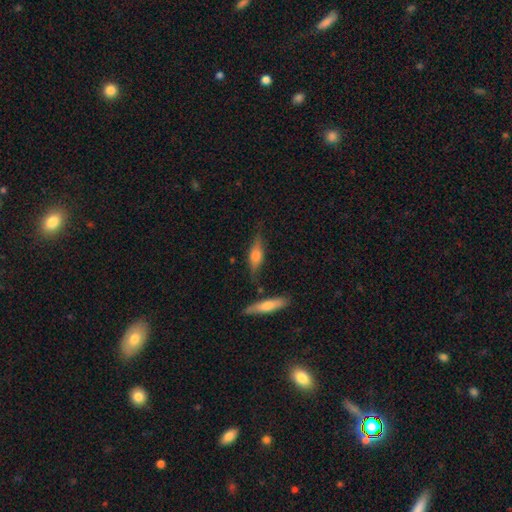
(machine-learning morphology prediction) Smooth or featured: featured or disk — 52% (smooth — 41%)
Edge-on disk: yes — 93% (no — 7%)
Merging: none — 75% (minor disturbance — 16%)